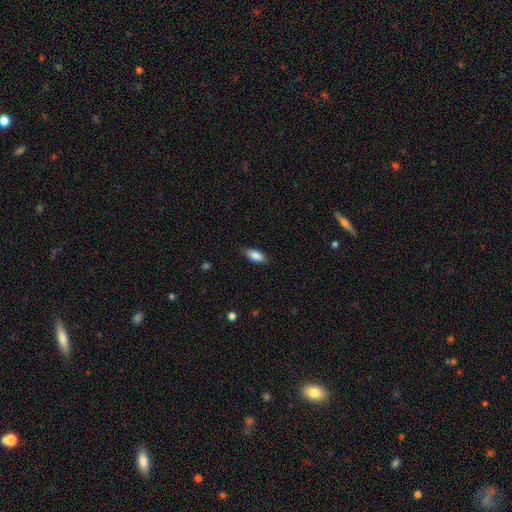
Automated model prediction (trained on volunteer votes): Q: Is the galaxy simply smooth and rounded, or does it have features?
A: smooth — 84%.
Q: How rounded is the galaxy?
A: in between — 83%.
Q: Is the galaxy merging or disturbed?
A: none — 85%.